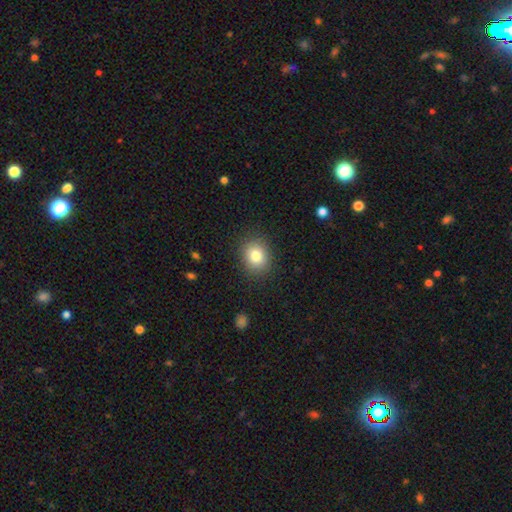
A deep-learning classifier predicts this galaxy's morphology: Overall: smooth (81%). How rounded: round (66%; in between 33%). Merging: none (88%).